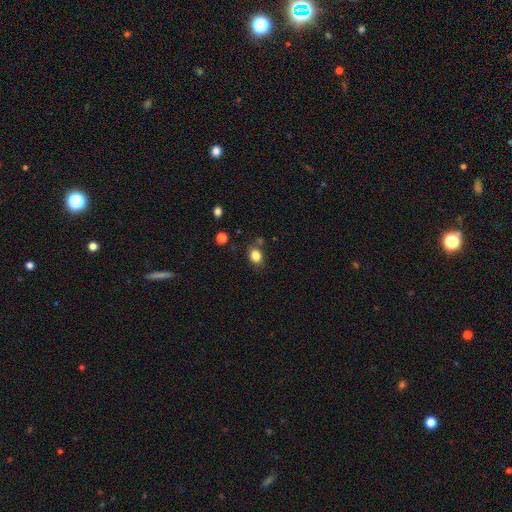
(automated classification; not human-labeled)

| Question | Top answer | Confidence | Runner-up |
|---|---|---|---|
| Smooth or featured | smooth | 84% | star or artifact (11%) |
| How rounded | in between | 54% | round (45%) |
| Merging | none | 76% | minor disturbance (14%) |